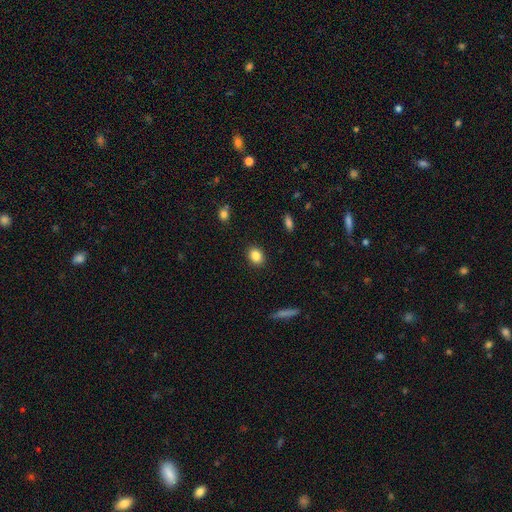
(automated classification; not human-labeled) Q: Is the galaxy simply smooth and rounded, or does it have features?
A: smooth — 85%.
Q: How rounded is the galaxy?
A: in between — 57%.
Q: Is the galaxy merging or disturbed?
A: none — 90%.